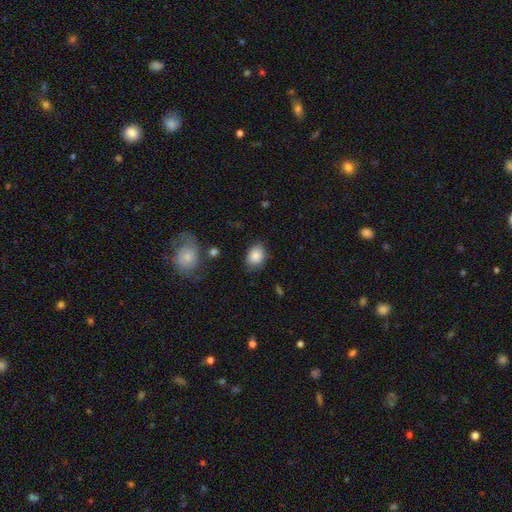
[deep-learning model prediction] Smooth or featured?
  - smooth: 85% *
  - star or artifact: 8%
  - featured or disk: 7%
How rounded?
  - in between: 64% *
  - round: 35%
  - cigar-shaped: 1%
Merging?
  - none: 72% *
  - minor disturbance: 21%
  - major disturbance: 5%
  - merger: 3%